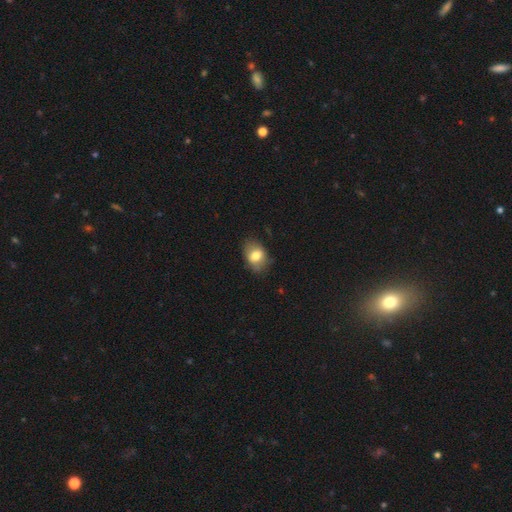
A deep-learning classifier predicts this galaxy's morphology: Smooth or featured? smooth (74%)
How rounded? in between (73%)
Merging? none (74%)